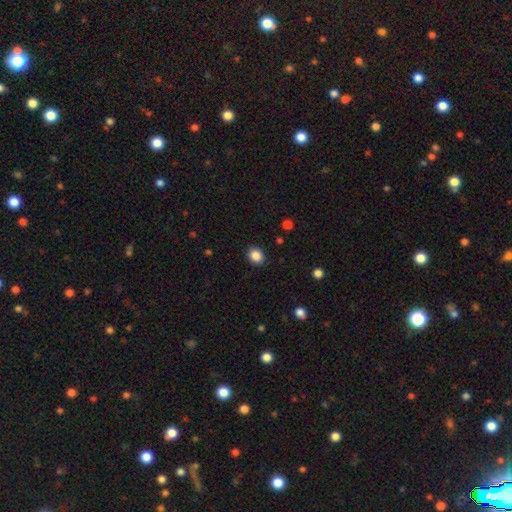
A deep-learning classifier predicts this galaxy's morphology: A smooth galaxy with no disk features (87%) that is round (64%). Merging: none (90%).